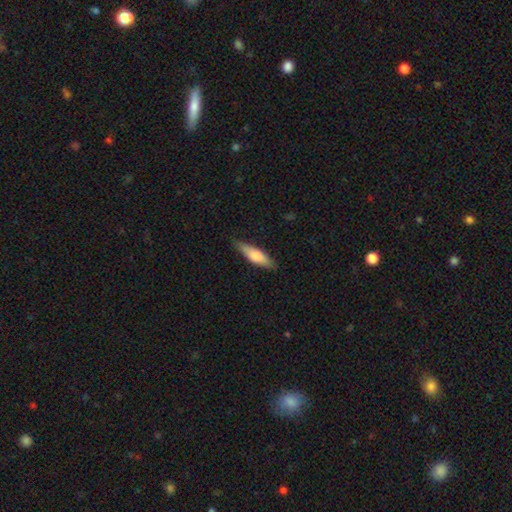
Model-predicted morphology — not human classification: This appears to be a smooth galaxy with no disk features (66%) that is cigar-shaped (59%). Merging: none (82%).